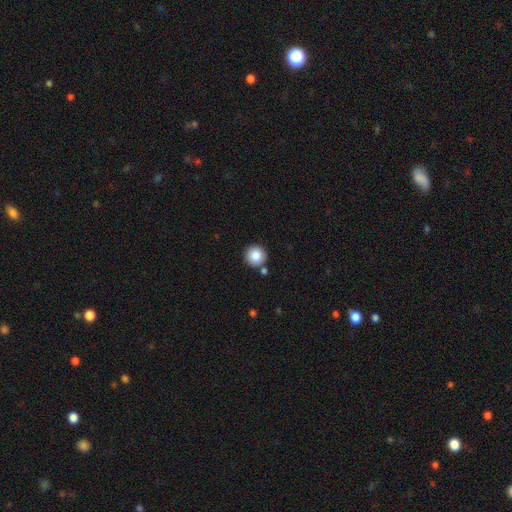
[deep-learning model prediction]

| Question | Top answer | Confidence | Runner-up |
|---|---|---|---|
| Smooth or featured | smooth | 86% | star or artifact (9%) |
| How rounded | round | 95% | in between (4%) |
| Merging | none | 83% | merger (8%) |